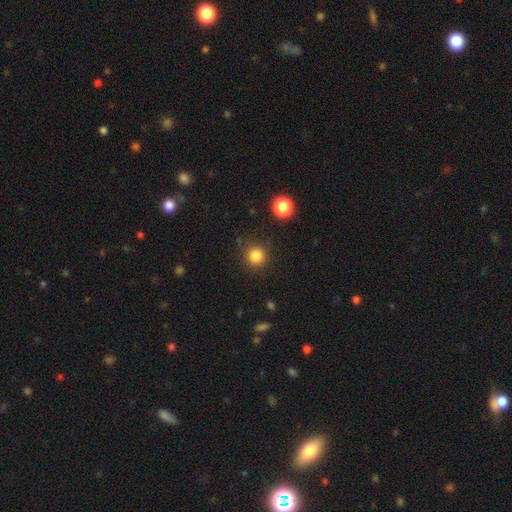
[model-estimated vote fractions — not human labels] smooth 84%, star or artifact 12%, featured or disk 4%. Down the decision tree: how rounded — round (94%); merging — none (88%).